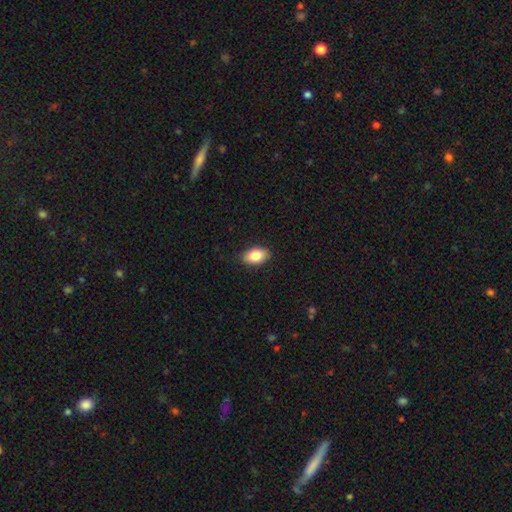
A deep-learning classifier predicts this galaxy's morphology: Q: Smooth or featured?
A: smooth (84%); runner-up: featured or disk (9%)
Q: How rounded?
A: in between (90%); runner-up: round (8%)
Q: Merging?
A: none (88%); runner-up: minor disturbance (9%)